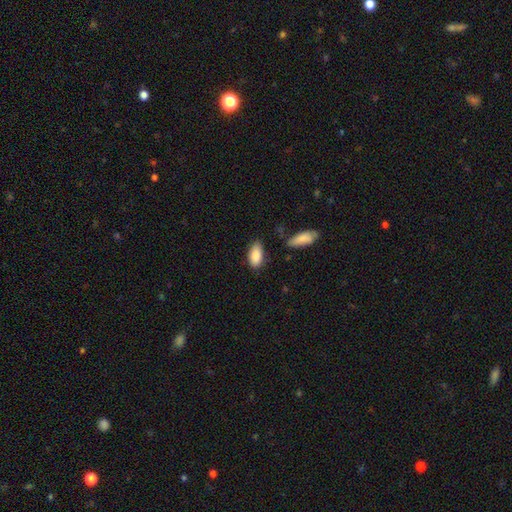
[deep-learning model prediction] Q: Smooth or featured?
A: smooth (87%); runner-up: star or artifact (7%)
Q: How rounded?
A: in between (92%); runner-up: cigar-shaped (6%)
Q: Merging?
A: none (76%); runner-up: minor disturbance (17%)